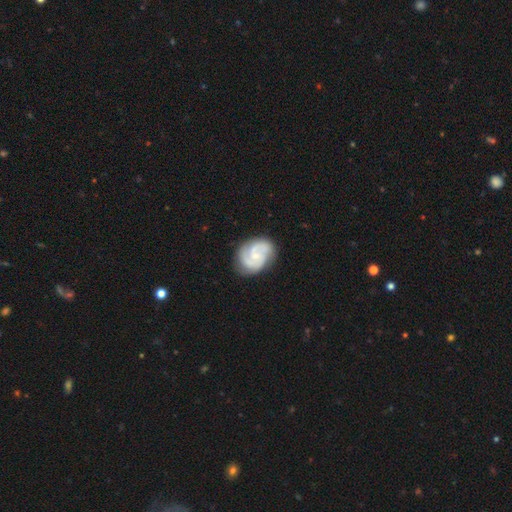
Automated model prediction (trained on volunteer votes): A featured or disk galaxy (82%) with no bar (63%), 2 (44%) medium (46%) spiral arms (96%) and a small central bulge (66%).

Vote fractions:
- Smooth or featured? featured or disk: 82% / smooth: 14% / star or artifact: 5%
- Edge-on disk? no: 98% / yes: 2%
- Bar? no: 63% / weak: 32% / strong: 5%
- Spiral arms? yes: 96% / no: 4%
- Spiral winding? medium: 46% / tight: 42% / loose: 12%
- Spiral arm count? 2: 44% / 3: 35% / can't tell: 11% / 4: 4% / 1: 4% / more than 4: 3%
- Bulge size? small: 66% / moderate: 26% / none: 6% / large: 1% / dominant: 1%
- Merging? none: 75% / minor disturbance: 18% / major disturbance: 6% / merger: 2%